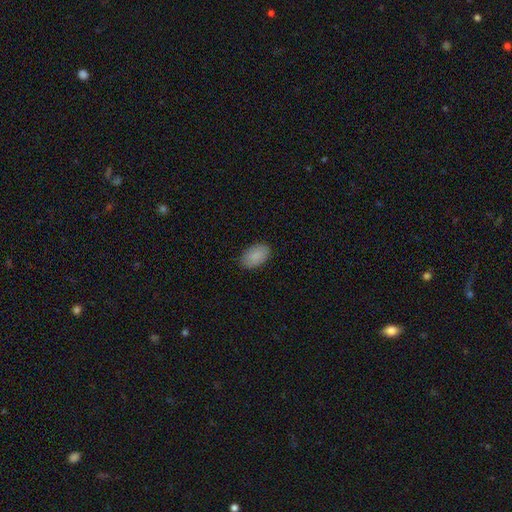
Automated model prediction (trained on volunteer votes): smooth-or-featured: smooth: 88% | star or artifact: 6% | featured or disk: 5%
  how-rounded: in between: 91% | round: 8% | cigar-shaped: 1%
  merging: none: 86% | minor disturbance: 11% | major disturbance: 2% | merger: 1%